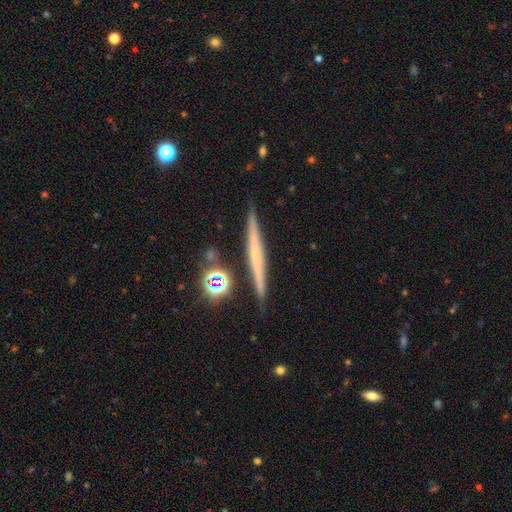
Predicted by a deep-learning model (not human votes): Morphology: type=featured or disk (57%); edge-on=yes (97%); edge-on bulge=none (80%); merging=none (88%).